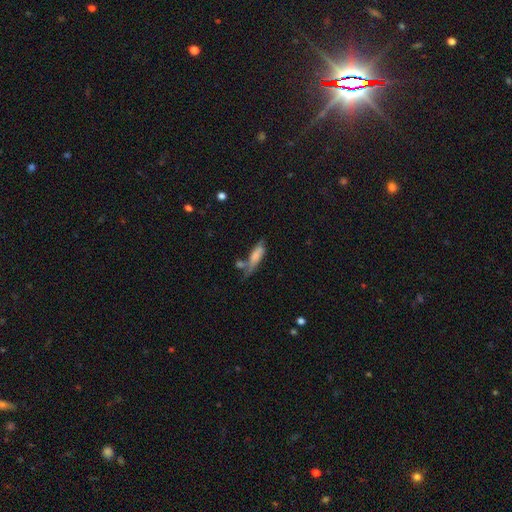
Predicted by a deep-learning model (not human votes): This is likely a smooth galaxy (66%). How rounded: possibly in between (49%). Merging: marginally none (32%).